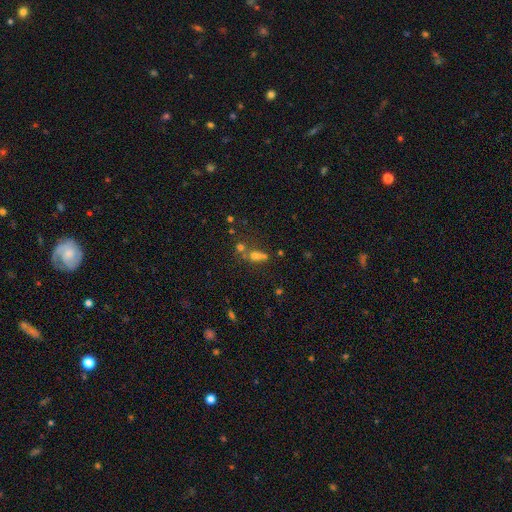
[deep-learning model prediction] A smooth galaxy with no disk features (46%). Merging: none (45%).